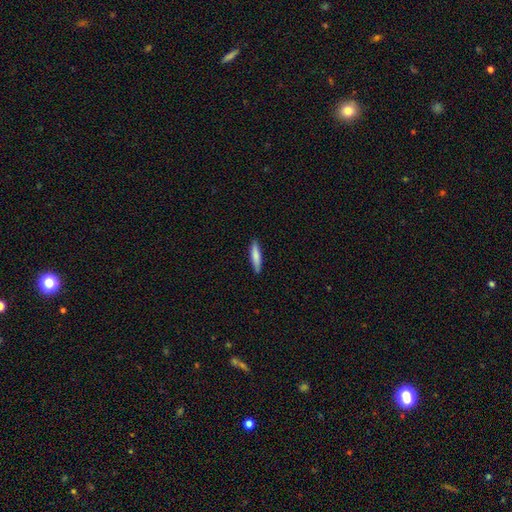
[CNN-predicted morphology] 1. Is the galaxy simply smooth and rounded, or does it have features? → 80% smooth, 14% featured or disk, 5% star or artifact.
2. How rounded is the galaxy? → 84% cigar-shaped, 15% in between, 1% round.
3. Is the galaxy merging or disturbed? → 89% none, 8% minor disturbance, 2% major disturbance, 1% merger.